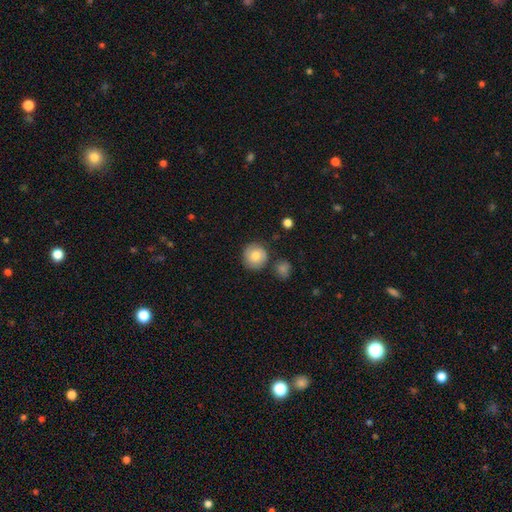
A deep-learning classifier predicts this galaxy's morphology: The model was most divided on "smooth or featured": smooth: 74%, featured or disk: 18%, star or artifact: 8%. More confident: how rounded — round (92%); merging — none (79%).